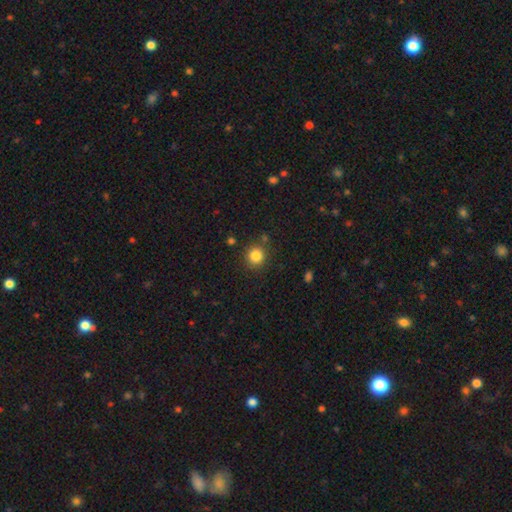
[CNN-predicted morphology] This is clearly a smooth galaxy (84%). How rounded: clearly round (90%). Merging: clearly none (85%).